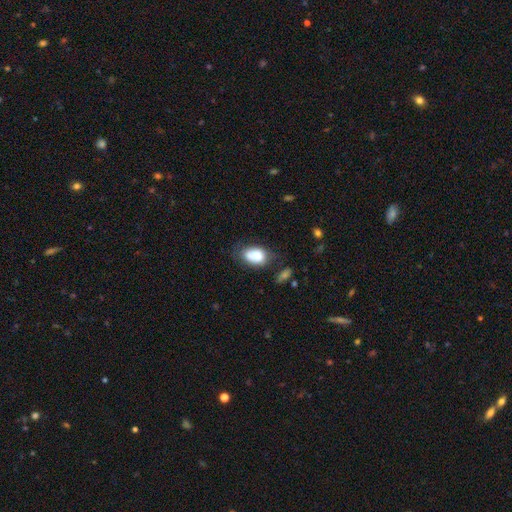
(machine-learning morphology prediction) Smooth or featured? Predicted: smooth (p=0.82). How rounded? Predicted: in between (p=0.86). Merging? Predicted: none (p=0.56).